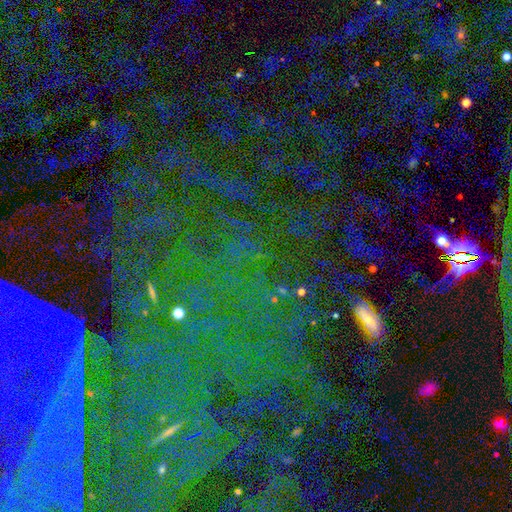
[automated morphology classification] smooth_or_featured: star or artifact (p=0.76) [alt: smooth p=0.12]